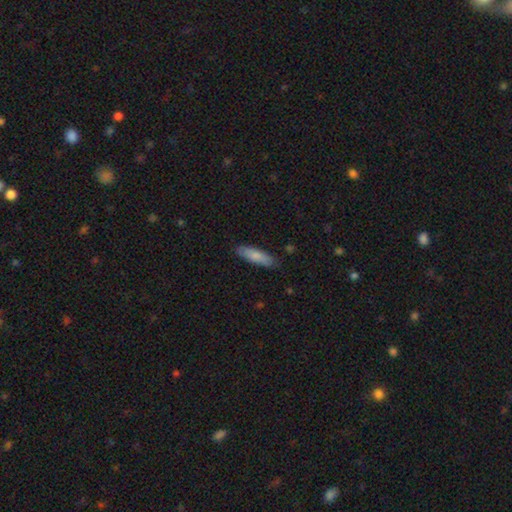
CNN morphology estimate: type=smooth (81%); roundness=cigar-shaped (59%); merging=none (83%).